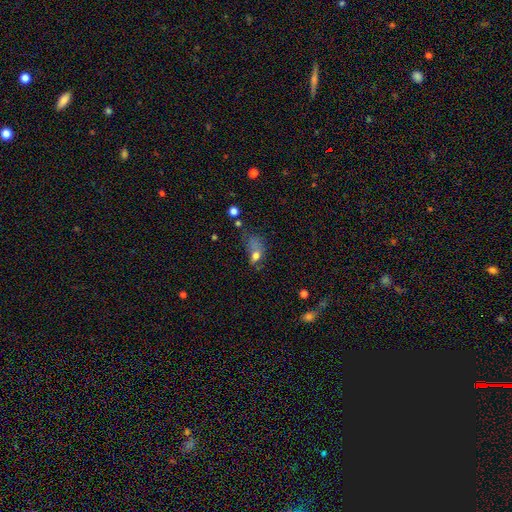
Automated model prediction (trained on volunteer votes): This appears to be a smooth galaxy with no disk features (65%) that is in between round and cigar-shaped (73%). Merging: major disturbance (44%).